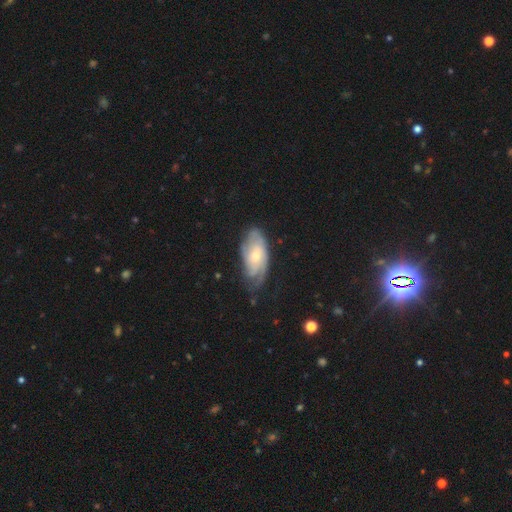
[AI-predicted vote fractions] smooth-or-featured: featured or disk: 71% | smooth: 24% | star or artifact: 6%
  disk-edge-on: no: 93% | yes: 7%
    bar: no: 75% | weak: 21% | strong: 4%
    has-spiral-arms: yes: 90% | no: 10%
      spiral-winding: tight: 57% | medium: 31% | loose: 12%
      spiral-arm-count: can't tell: 44% | 2: 22% | 3: 16% | 4: 8% | 1: 6% | more than 4: 4%
    bulge-size: small: 61% | moderate: 35% | large: 2% | none: 1% | dominant: 1%
  merging: none: 63% | minor disturbance: 26% | major disturbance: 10% | merger: 2%